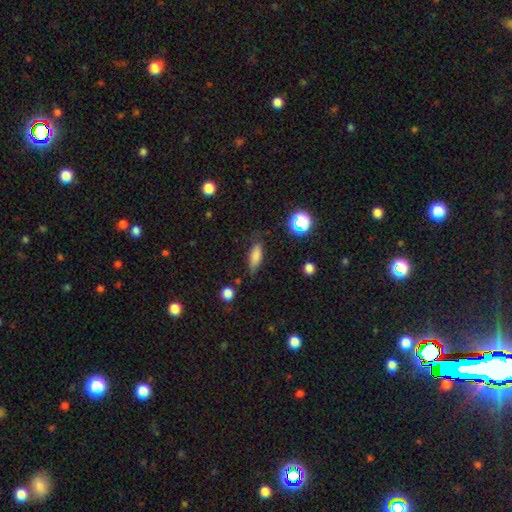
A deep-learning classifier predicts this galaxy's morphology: Smooth or featured: smooth — 78% (featured or disk — 11%)
How rounded: in between — 59% (cigar-shaped — 38%)
Merging: none — 72% (minor disturbance — 20%)